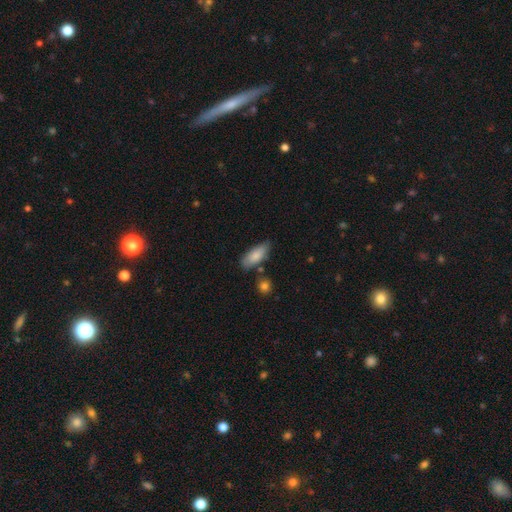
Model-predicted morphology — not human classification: Smooth or featured? smooth (83%)
How rounded? in between (77%)
Merging? none (71%)